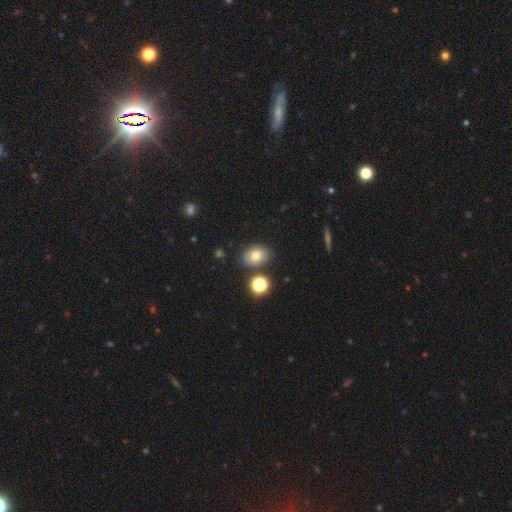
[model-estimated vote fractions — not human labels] This appears to be a smooth galaxy with no disk features (76%) that is in between round and cigar-shaped (62%). Merging: none (80%).